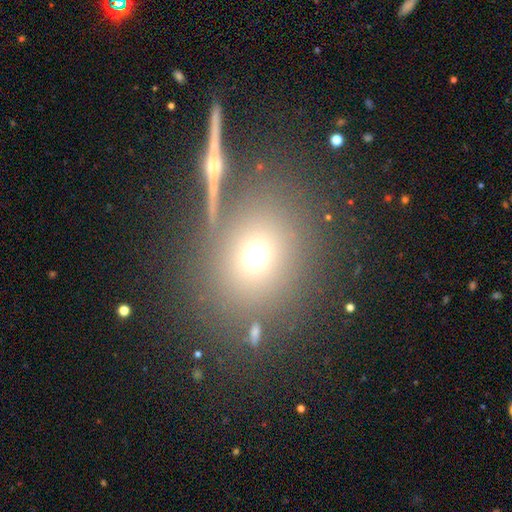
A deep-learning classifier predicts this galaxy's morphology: Smooth or featured?
  - smooth: 65% *
  - star or artifact: 22%
  - featured or disk: 13%
How rounded?
  - round: 74% *
  - in between: 25%
  - cigar-shaped: 2%
Merging?
  - none: 69% *
  - merger: 15%
  - minor disturbance: 9%
  - major disturbance: 6%